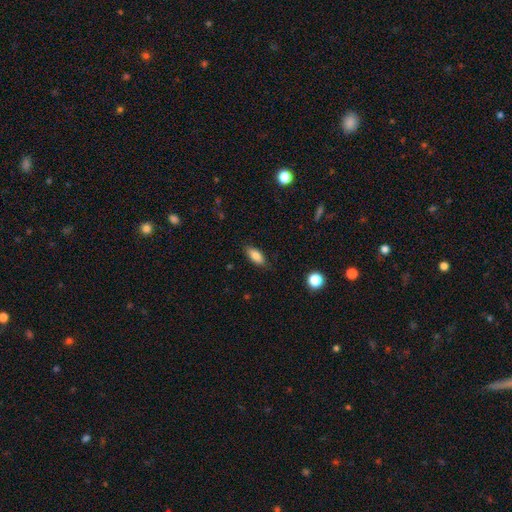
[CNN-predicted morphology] Smooth or featured: smooth — 84% (featured or disk — 8%)
How rounded: in between — 84% (cigar-shaped — 13%)
Merging: none — 83% (minor disturbance — 13%)